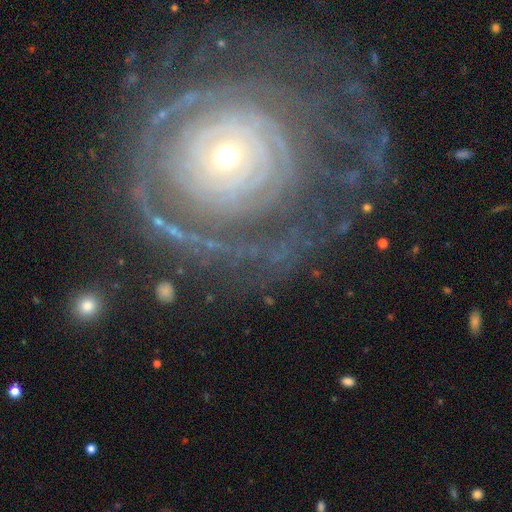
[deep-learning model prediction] Smooth or featured? Predicted: featured or disk (p=0.83). Edge-on disk? Predicted: no (p=0.96). Bar? Predicted: no (p=0.80). Spiral arms? Predicted: yes (p=0.89). Spiral winding? Predicted: tight (p=0.82). Spiral arm count? Predicted: can't tell (p=0.36). Bulge size? Predicted: small (p=0.69). Merging? Predicted: none (p=0.69).